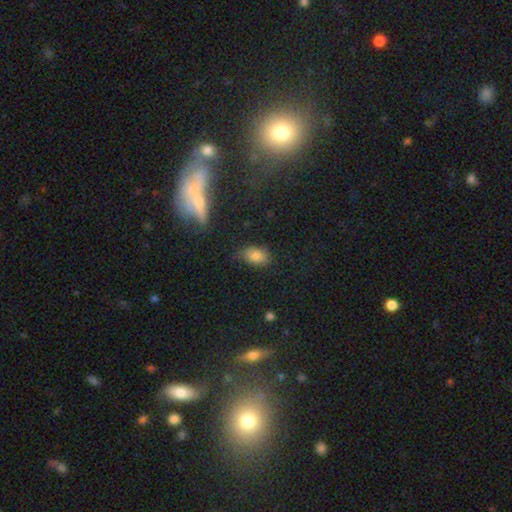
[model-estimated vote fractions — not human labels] Smooth or featured? smooth (81%)
How rounded? in between (84%)
Merging? none (66%)